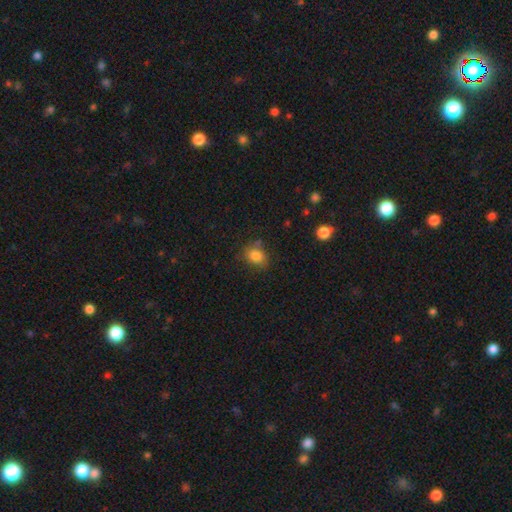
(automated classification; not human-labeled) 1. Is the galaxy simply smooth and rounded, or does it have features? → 81% smooth, 11% star or artifact, 8% featured or disk.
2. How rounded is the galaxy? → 56% in between, 43% round, 1% cigar-shaped.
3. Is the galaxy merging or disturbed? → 67% none, 21% minor disturbance, 6% major disturbance, 6% merger.